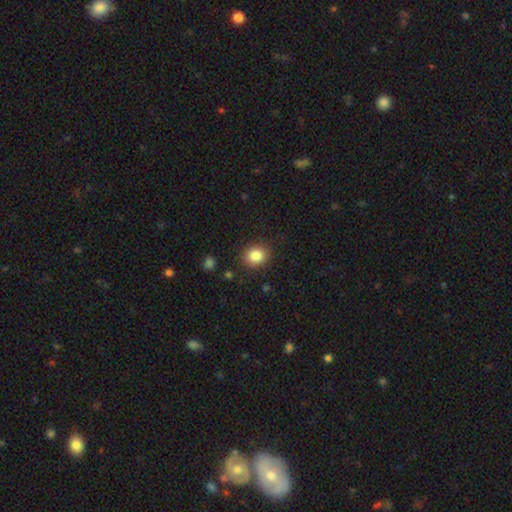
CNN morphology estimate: smooth 85%, star or artifact 10%, featured or disk 5%. Down the decision tree: how rounded — round (73%); merging — none (87%).